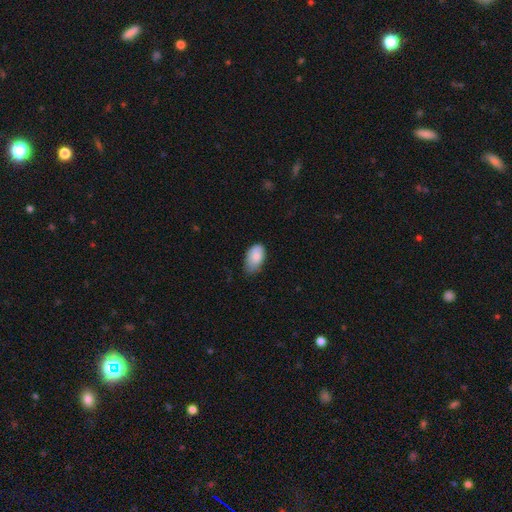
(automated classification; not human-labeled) Smooth or featured?
  - smooth: 85% *
  - featured or disk: 8%
  - star or artifact: 7%
How rounded?
  - in between: 94% *
  - round: 5%
  - cigar-shaped: 2%
Merging?
  - none: 52% *
  - minor disturbance: 39%
  - major disturbance: 7%
  - merger: 2%